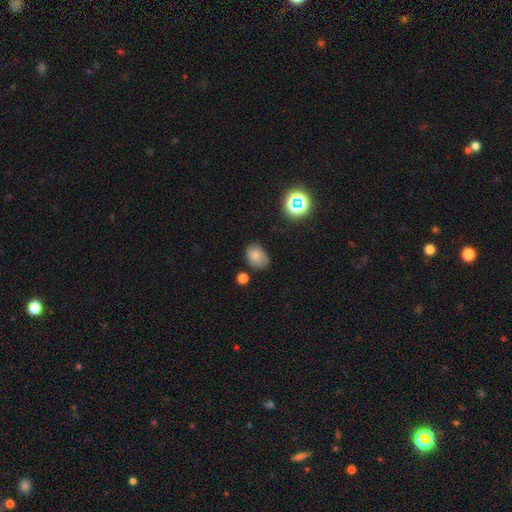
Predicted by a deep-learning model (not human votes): This is likely a smooth galaxy (74%). How rounded: likely in between (71%). Merging: possibly none (59%).